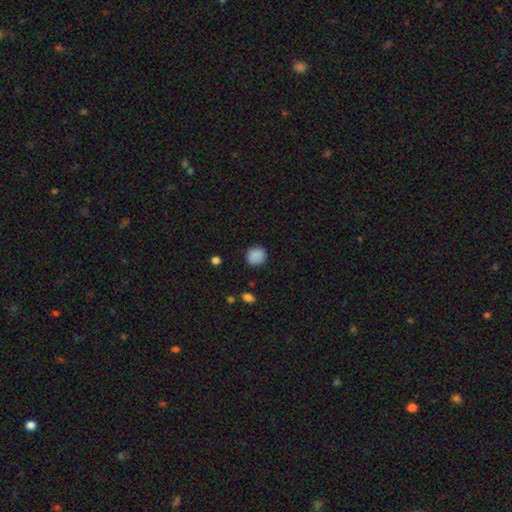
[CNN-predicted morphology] Smooth or featured?
  - smooth: 87% *
  - star or artifact: 9%
  - featured or disk: 4%
How rounded?
  - round: 84% *
  - in between: 15%
  - cigar-shaped: 1%
Merging?
  - none: 83% *
  - minor disturbance: 12%
  - major disturbance: 3%
  - merger: 1%